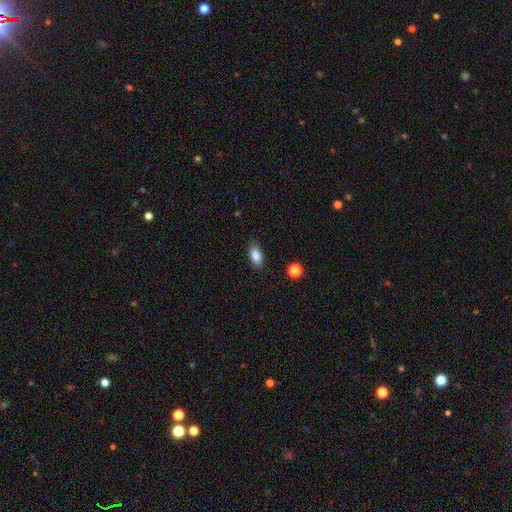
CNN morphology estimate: This appears to be a smooth galaxy with no disk features (86%) that is in between round and cigar-shaped (86%). Merging: none (86%).